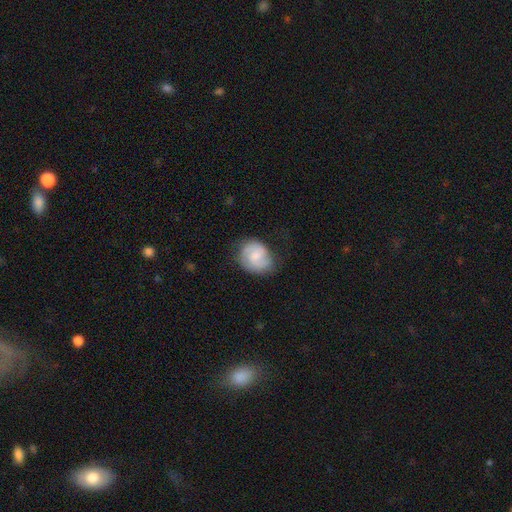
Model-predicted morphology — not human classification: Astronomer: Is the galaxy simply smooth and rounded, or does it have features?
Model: smooth — 47% (runner-up: featured or disk, 46%).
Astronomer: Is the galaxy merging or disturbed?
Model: none — 64%.